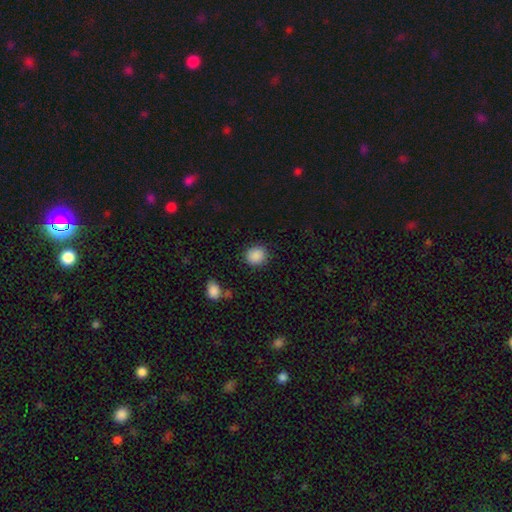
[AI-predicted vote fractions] Smooth or featured: smooth — 88% (star or artifact — 8%)
How rounded: round — 81% (in between — 18%)
Merging: none — 86% (minor disturbance — 9%)